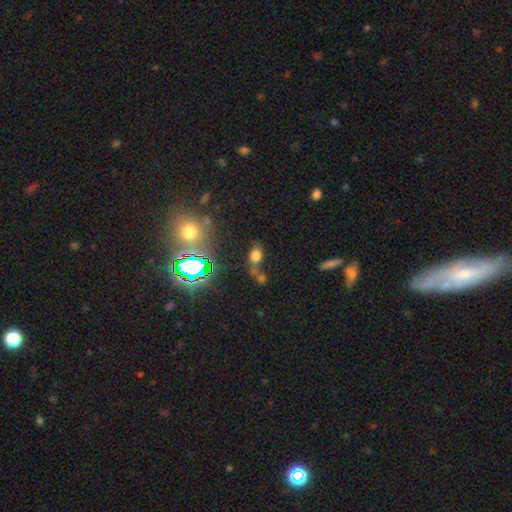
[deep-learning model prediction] Smooth or featured? smooth (66%)
How rounded? in between (70%)
Merging? none (57%)